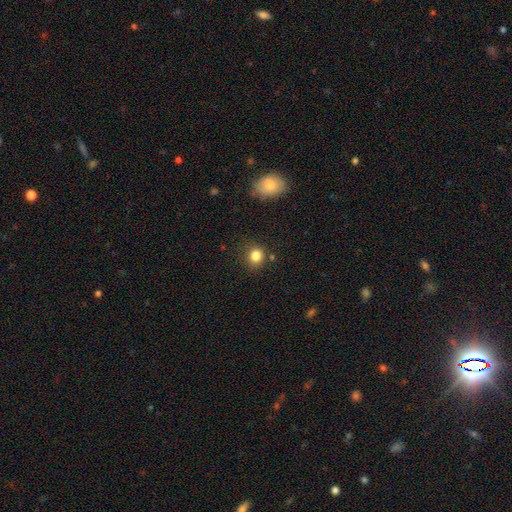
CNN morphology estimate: smooth_or_featured: smooth (p=0.82) [alt: star or artifact p=0.12]
how_rounded: round (p=0.82) [alt: in between p=0.17]
merging: none (p=0.81) [alt: minor disturbance p=0.12]